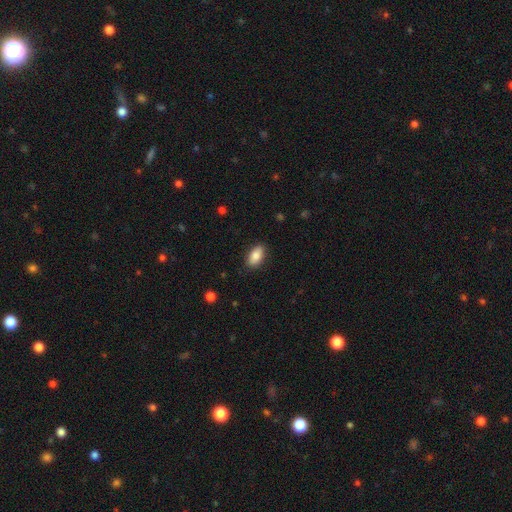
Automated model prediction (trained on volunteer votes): A smooth galaxy with no disk features (84%) that is in between round and cigar-shaped (92%). Merging: none (86%).